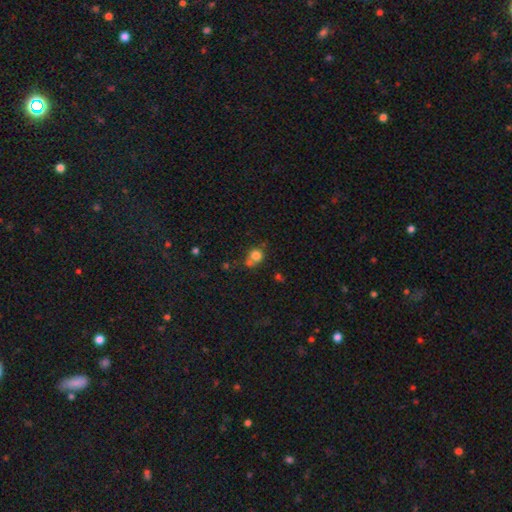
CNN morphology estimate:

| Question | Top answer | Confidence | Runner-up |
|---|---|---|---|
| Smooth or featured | smooth | 78% | star or artifact (13%) |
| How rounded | round | 84% | in between (15%) |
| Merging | none | 49% | merger (35%) |